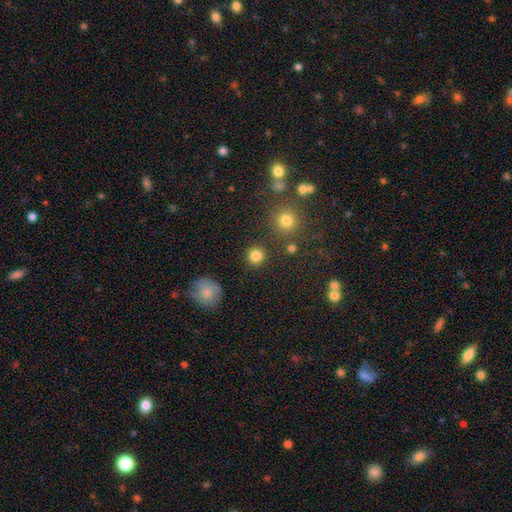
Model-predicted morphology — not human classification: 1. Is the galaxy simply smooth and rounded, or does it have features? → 83% smooth, 12% star or artifact, 5% featured or disk.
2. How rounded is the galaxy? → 94% round, 5% in between, 1% cigar-shaped.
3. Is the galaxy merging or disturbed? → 88% none, 6% minor disturbance, 3% merger, 3% major disturbance.